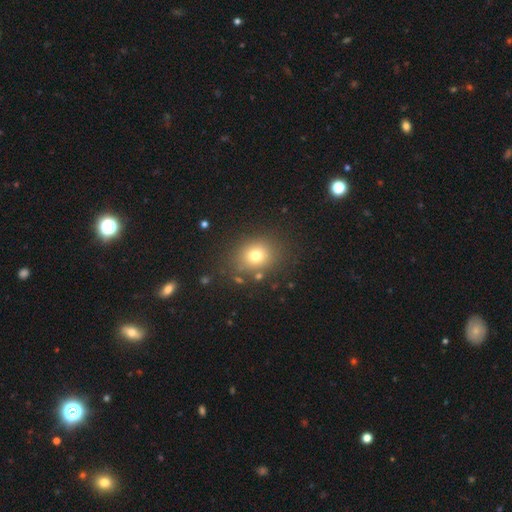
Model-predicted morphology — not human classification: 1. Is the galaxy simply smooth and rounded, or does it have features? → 74% smooth, 15% star or artifact, 11% featured or disk.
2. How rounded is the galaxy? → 68% round, 31% in between, 1% cigar-shaped.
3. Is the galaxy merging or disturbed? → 82% none, 10% minor disturbance, 5% major disturbance, 4% merger.